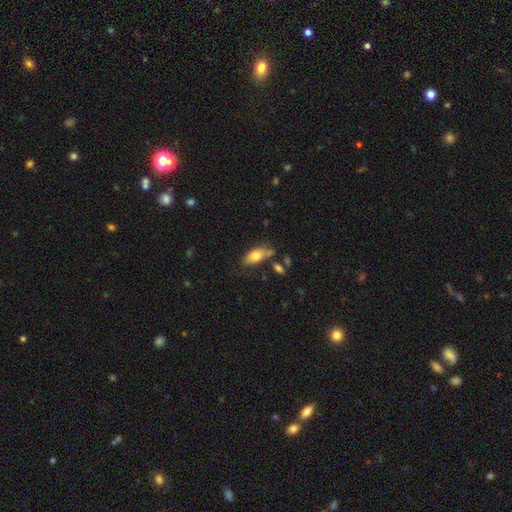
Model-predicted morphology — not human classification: Smooth or featured: smooth — 75% (featured or disk — 18%)
How rounded: in between — 85% (cigar-shaped — 12%)
Merging: none — 60% (minor disturbance — 22%)